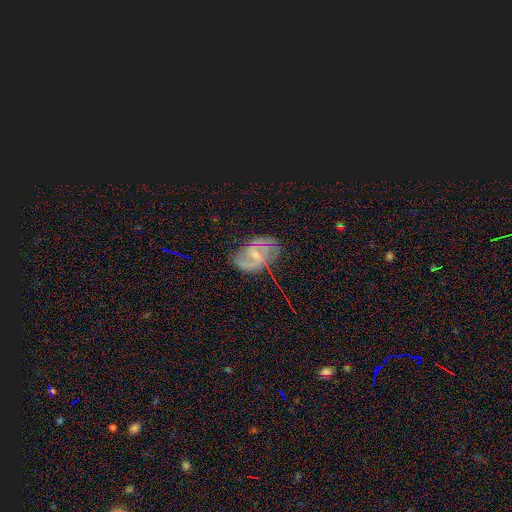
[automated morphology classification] Smooth or featured? featured or disk (73%)
Edge-on disk? no (97%)
Bar? weak (53%)
Spiral arms? yes (92%)
Spiral winding? medium (46%)
Spiral arm count? 2 (63%)
Bulge size? small (65%)
Merging? none (74%)